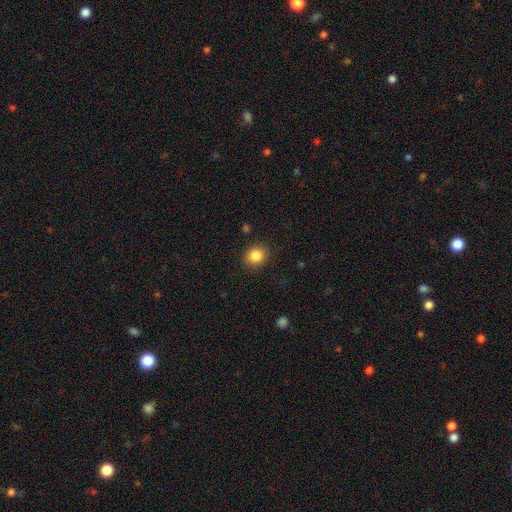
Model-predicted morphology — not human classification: A smooth galaxy with no disk features (86%) that is round (70%). Merging: none (88%).